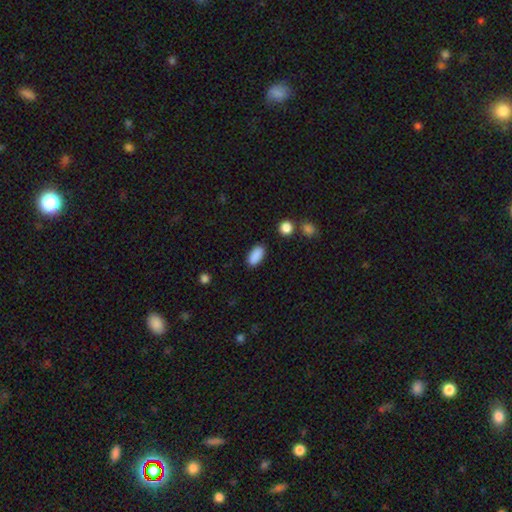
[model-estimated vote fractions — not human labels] Smooth or featured?
  - smooth: 89% *
  - star or artifact: 8%
  - featured or disk: 3%
How rounded?
  - in between: 91% *
  - cigar-shaped: 5%
  - round: 4%
Merging?
  - none: 87% *
  - minor disturbance: 8%
  - major disturbance: 2%
  - merger: 2%